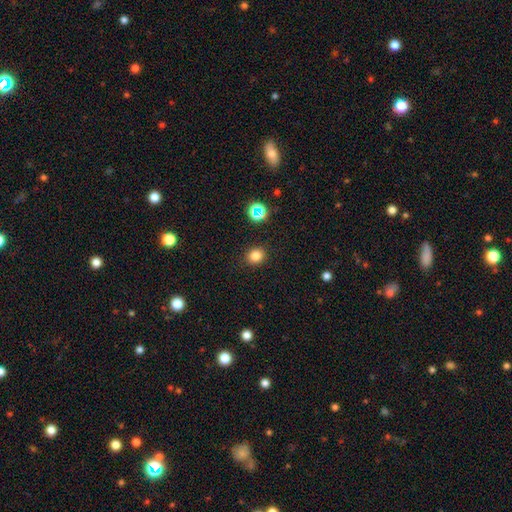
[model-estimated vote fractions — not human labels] Smooth or featured? Predicted: smooth (p=0.80). How rounded? Predicted: round (p=0.74). Merging? Predicted: none (p=0.89).